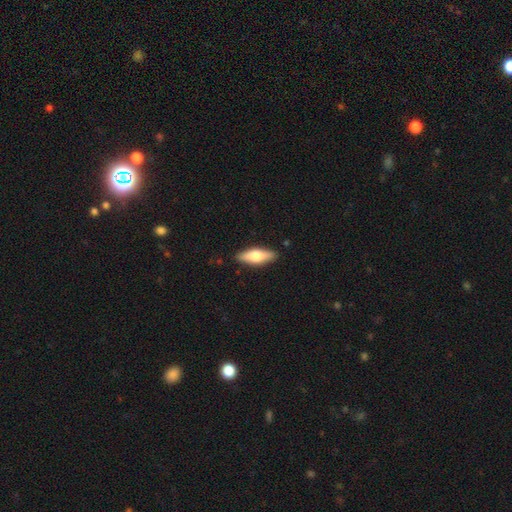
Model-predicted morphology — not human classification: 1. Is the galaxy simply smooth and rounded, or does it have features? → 61% smooth, 33% featured or disk, 6% star or artifact.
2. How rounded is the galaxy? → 57% in between, 41% cigar-shaped, 2% round.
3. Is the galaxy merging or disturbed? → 88% none, 9% minor disturbance, 2% major disturbance, 1% merger.